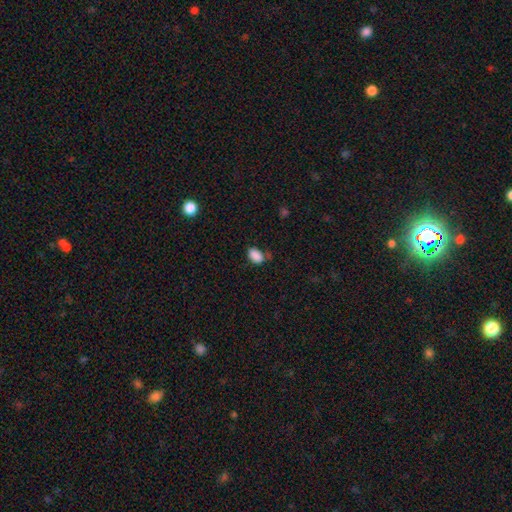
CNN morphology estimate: Smooth or featured?
  - smooth: 87% *
  - star or artifact: 9%
  - featured or disk: 4%
How rounded?
  - in between: 89% *
  - round: 10%
  - cigar-shaped: 1%
Merging?
  - none: 63% *
  - minor disturbance: 25%
  - major disturbance: 7%
  - merger: 6%